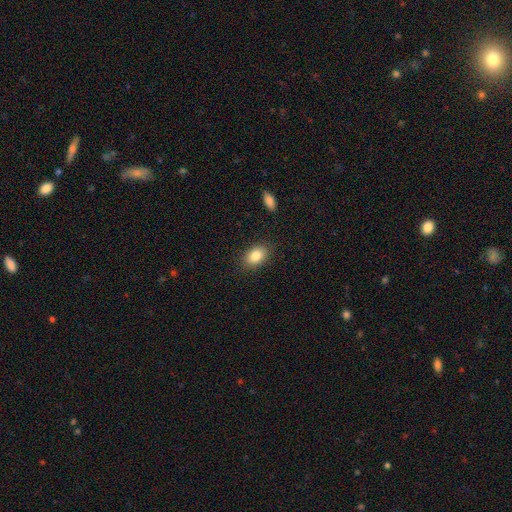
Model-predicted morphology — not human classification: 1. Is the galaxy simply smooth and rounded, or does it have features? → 84% smooth, 8% star or artifact, 8% featured or disk.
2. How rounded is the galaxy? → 84% in between, 15% round, 1% cigar-shaped.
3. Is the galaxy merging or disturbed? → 87% none, 9% minor disturbance, 2% major disturbance, 1% merger.